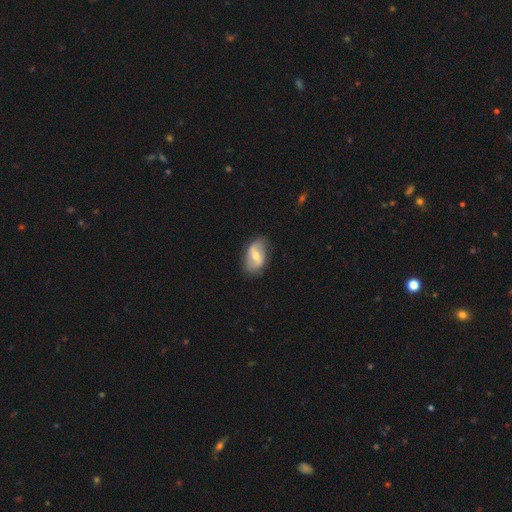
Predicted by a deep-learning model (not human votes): This appears to be a featured or disk galaxy (57%) with a strong bar (43%), spiral arms (58%) and a moderate central bulge (63%). Merging: none (77%).